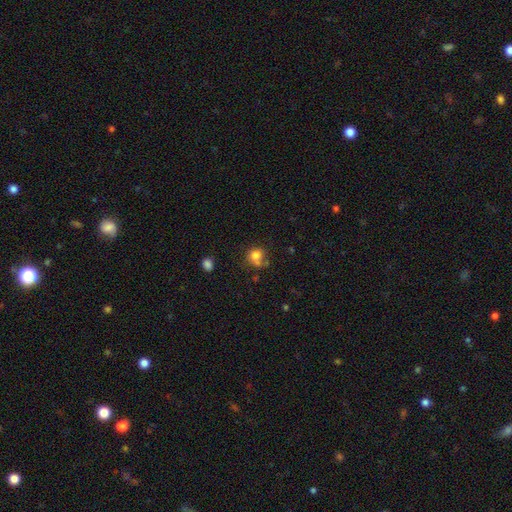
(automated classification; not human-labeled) Overall: smooth (78%). How rounded: round (76%). Merging: none (50%; merger 20%).